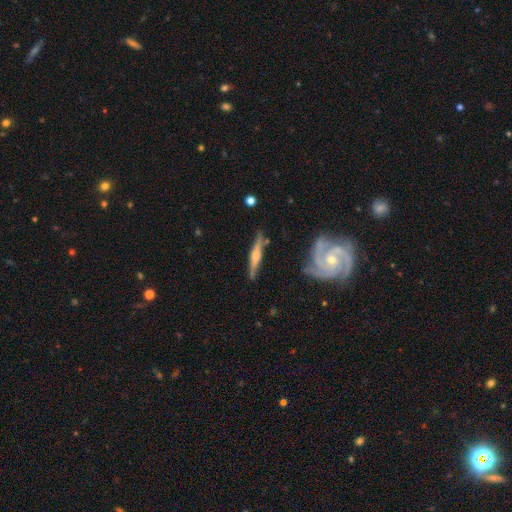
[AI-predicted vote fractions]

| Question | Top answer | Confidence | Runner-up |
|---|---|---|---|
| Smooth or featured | featured or disk | 68% | smooth (27%) |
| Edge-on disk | yes | 95% | no (5%) |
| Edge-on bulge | rounded | 74% | boxy (17%) |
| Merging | none | 81% | minor disturbance (12%) |